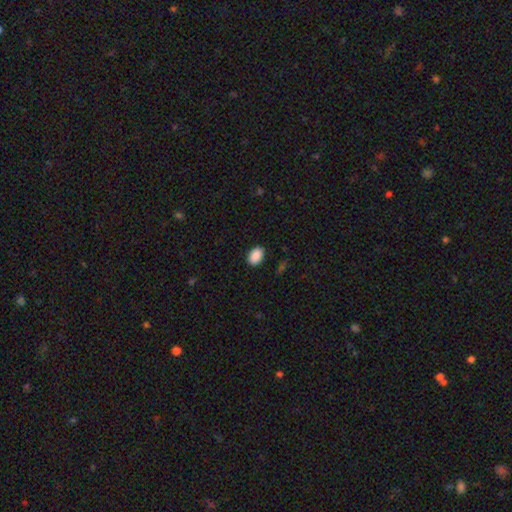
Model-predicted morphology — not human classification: Smooth or featured: smooth — 90% (star or artifact — 7%)
How rounded: in between — 84% (round — 15%)
Merging: none — 88% (minor disturbance — 9%)